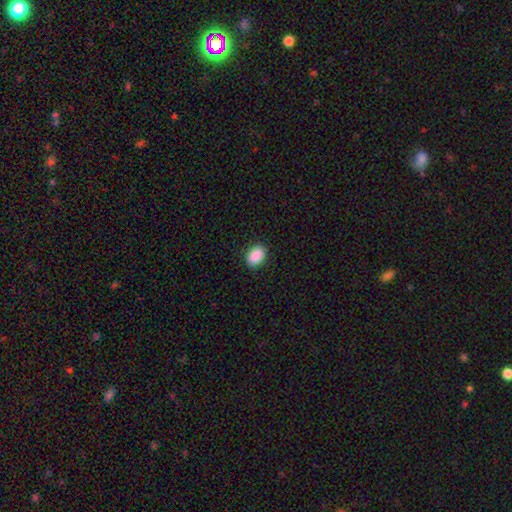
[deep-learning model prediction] Smooth or featured?
  - smooth: 90% *
  - star or artifact: 7%
  - featured or disk: 3%
How rounded?
  - in between: 78% *
  - round: 21%
  - cigar-shaped: 1%
Merging?
  - none: 90% *
  - minor disturbance: 7%
  - major disturbance: 2%
  - merger: 1%